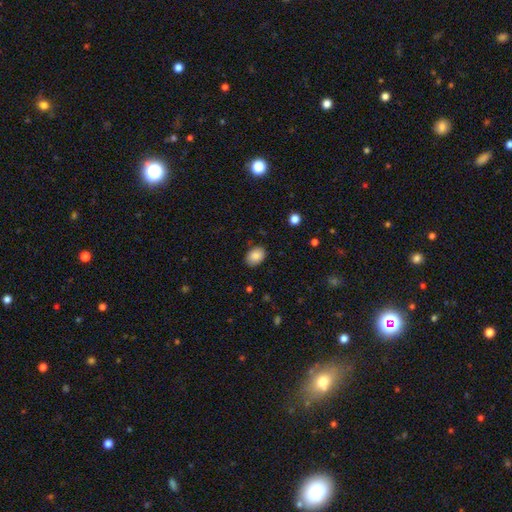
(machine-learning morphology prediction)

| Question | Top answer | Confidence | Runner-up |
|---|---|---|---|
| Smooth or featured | smooth | 87% | star or artifact (8%) |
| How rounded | in between | 75% | round (24%) |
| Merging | none | 84% | minor disturbance (12%) |